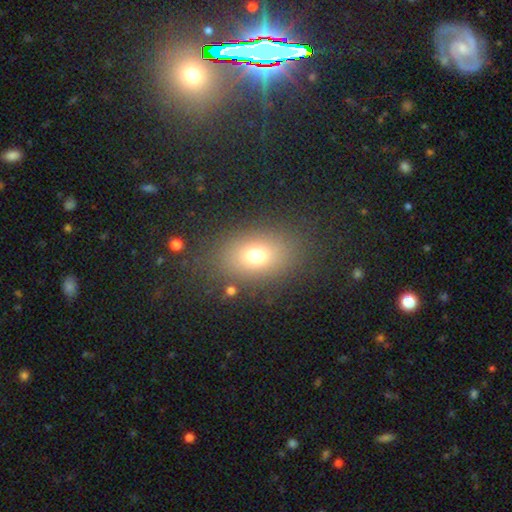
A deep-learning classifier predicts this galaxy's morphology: A smooth galaxy with no disk features (73%) that is in between round and cigar-shaped (76%). Merging: none (82%).